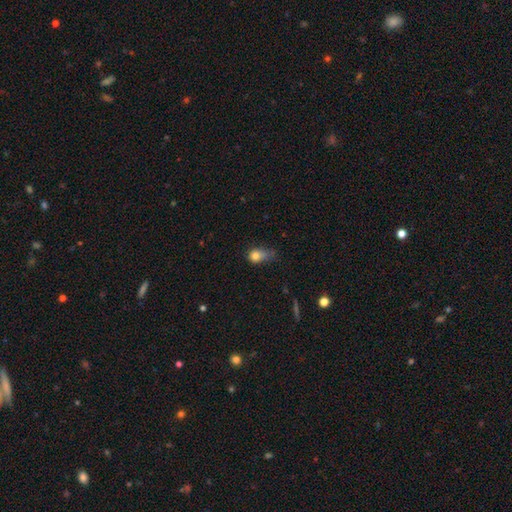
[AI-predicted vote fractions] Overall: smooth (78%). How rounded: in between (50%; round 47%). Merging: minor disturbance (37%; major disturbance 31%).